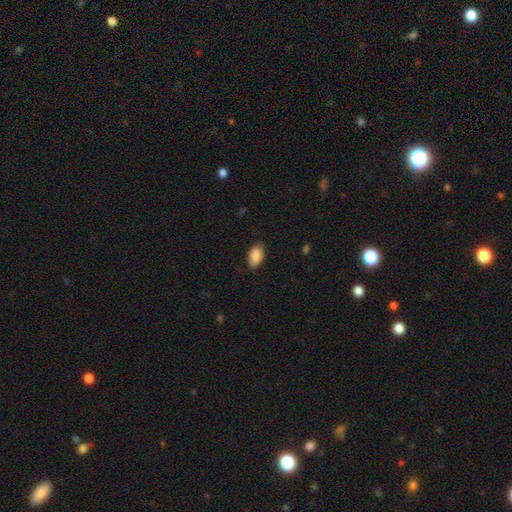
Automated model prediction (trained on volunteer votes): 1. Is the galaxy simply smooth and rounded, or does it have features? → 90% smooth, 7% star or artifact, 4% featured or disk.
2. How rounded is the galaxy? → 94% in between, 4% round, 2% cigar-shaped.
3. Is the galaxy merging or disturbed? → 84% none, 12% minor disturbance, 2% major disturbance, 1% merger.